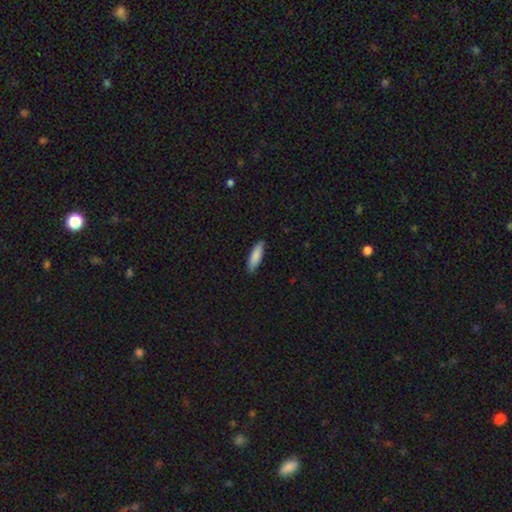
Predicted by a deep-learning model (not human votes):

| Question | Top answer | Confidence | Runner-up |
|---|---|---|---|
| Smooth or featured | smooth | 86% | featured or disk (9%) |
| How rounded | cigar-shaped | 55% | in between (44%) |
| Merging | none | 86% | minor disturbance (11%) |